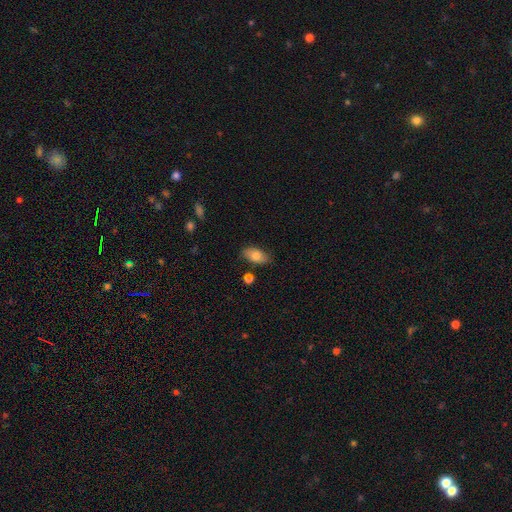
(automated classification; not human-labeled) smooth 76%, featured or disk 17%, star or artifact 8%. Down the decision tree: how rounded — in between (91%); merging — none (79%).